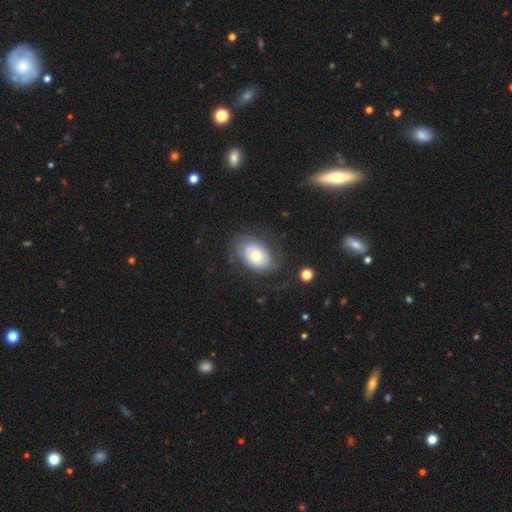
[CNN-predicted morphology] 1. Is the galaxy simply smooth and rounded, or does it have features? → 48% smooth, 44% featured or disk, 8% star or artifact.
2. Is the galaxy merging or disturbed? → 63% none, 21% minor disturbance, 14% major disturbance, 2% merger.